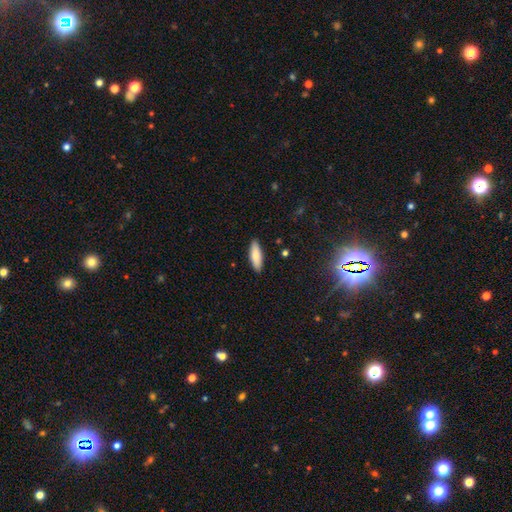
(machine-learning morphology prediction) smooth 84%, featured or disk 10%, star or artifact 6%. Down the decision tree: how rounded — in between (57%); merging — none (89%).